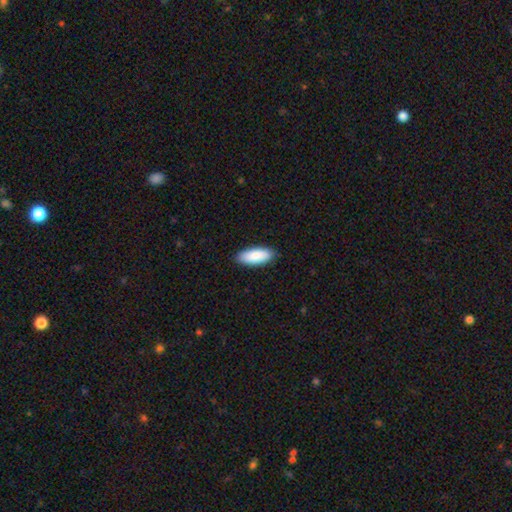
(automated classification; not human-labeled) smooth 89%, featured or disk 6%, star or artifact 5%. Down the decision tree: how rounded — in between (81%); merging — none (89%).